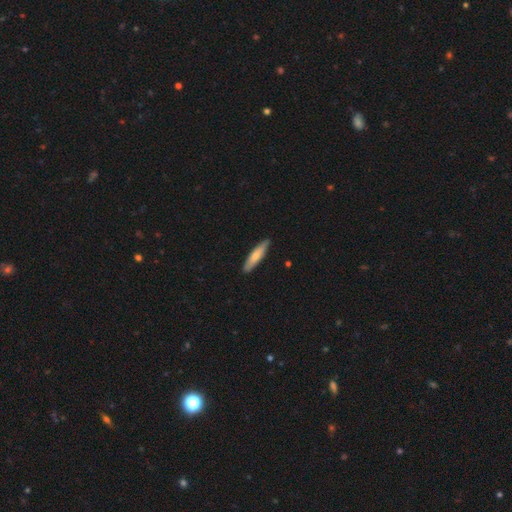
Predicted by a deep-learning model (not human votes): The model was most divided on "smooth or featured": smooth: 71%, featured or disk: 24%, star or artifact: 5%. More confident: merging — none (87%); how rounded — cigar-shaped (81%).